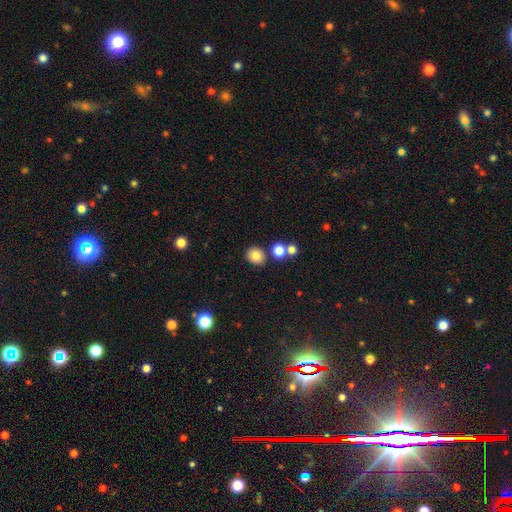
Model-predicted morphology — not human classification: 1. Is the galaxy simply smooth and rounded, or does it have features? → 82% smooth, 11% star or artifact, 7% featured or disk.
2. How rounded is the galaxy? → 78% round, 21% in between, 1% cigar-shaped.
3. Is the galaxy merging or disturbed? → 77% none, 12% merger, 9% minor disturbance, 3% major disturbance.